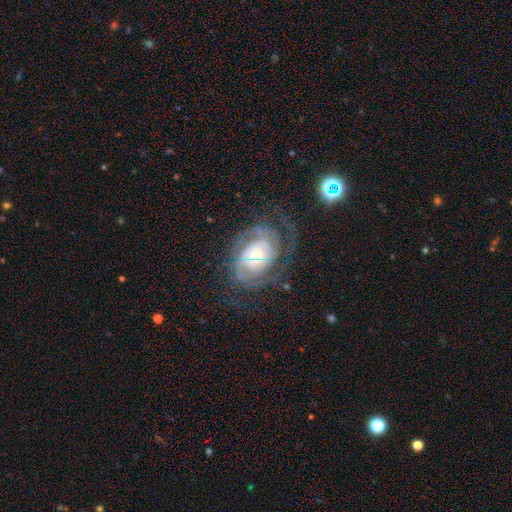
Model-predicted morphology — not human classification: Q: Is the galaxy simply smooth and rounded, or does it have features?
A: featured or disk — 83%.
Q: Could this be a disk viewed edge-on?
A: no — 97%.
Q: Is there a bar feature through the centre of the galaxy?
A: no — 63%.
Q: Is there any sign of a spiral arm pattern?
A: yes — 91%.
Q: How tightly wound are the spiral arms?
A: tight — 56%.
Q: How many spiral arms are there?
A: can't tell — 35%.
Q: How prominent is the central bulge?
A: small — 48%.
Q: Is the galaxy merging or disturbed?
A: none — 58%.